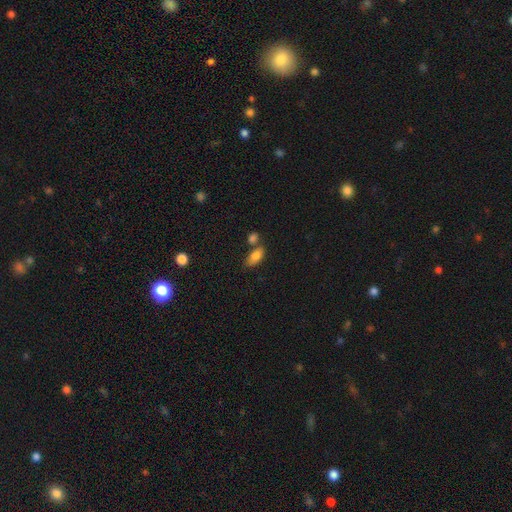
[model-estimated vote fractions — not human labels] Q: Smooth or featured?
A: smooth (84%); runner-up: featured or disk (8%)
Q: How rounded?
A: in between (88%); runner-up: cigar-shaped (8%)
Q: Merging?
A: none (52%); runner-up: merger (28%)